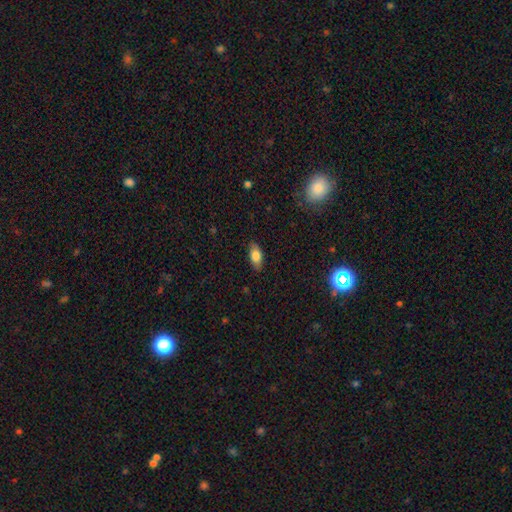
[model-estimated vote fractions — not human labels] Q: Smooth or featured?
A: smooth (80%); runner-up: featured or disk (13%)
Q: How rounded?
A: in between (87%); runner-up: cigar-shaped (10%)
Q: Merging?
A: none (86%); runner-up: minor disturbance (10%)